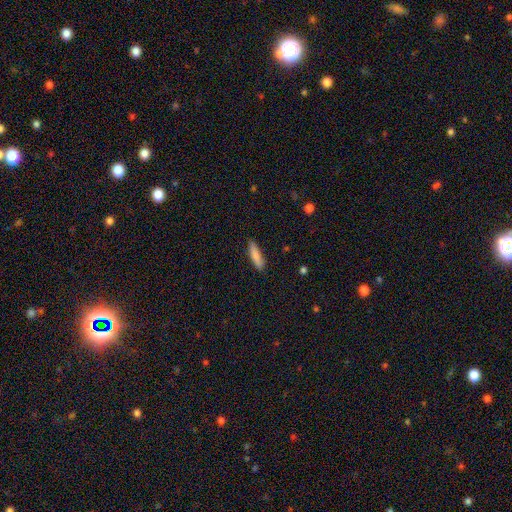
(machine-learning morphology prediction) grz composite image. It shows a smooth galaxy with no disk features (83%) that is cigar-shaped (69%). Merging: none (87%).